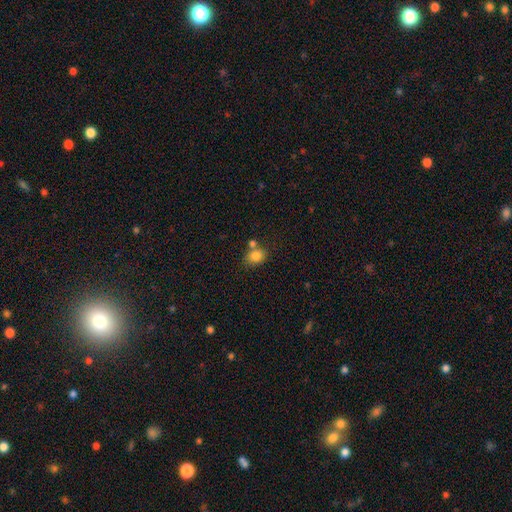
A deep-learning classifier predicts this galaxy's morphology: smooth_or_featured: smooth (p=0.83) [alt: star or artifact p=0.10]
how_rounded: round (p=0.56) [alt: in between p=0.43]
merging: none (p=0.59) [alt: merger p=0.22]